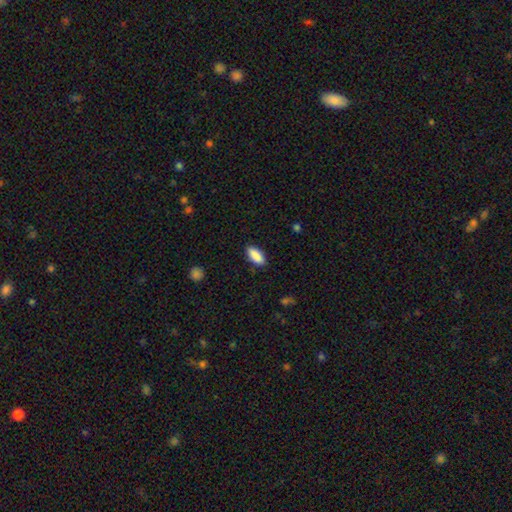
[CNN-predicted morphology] Smooth or featured? smooth (90%)
How rounded? in between (85%)
Merging? none (88%)